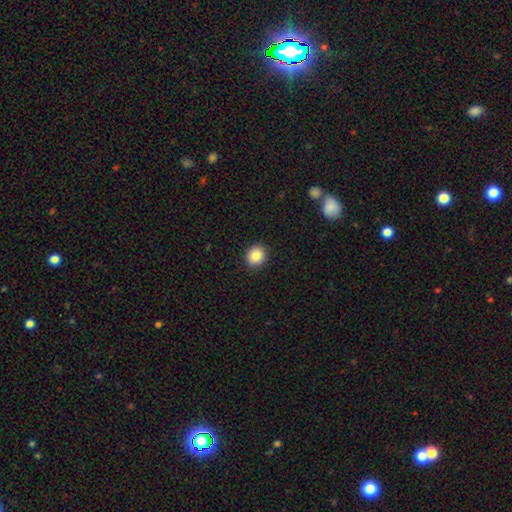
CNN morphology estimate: This is clearly a smooth galaxy (85%). How rounded: clearly round (84%). Merging: clearly none (92%).